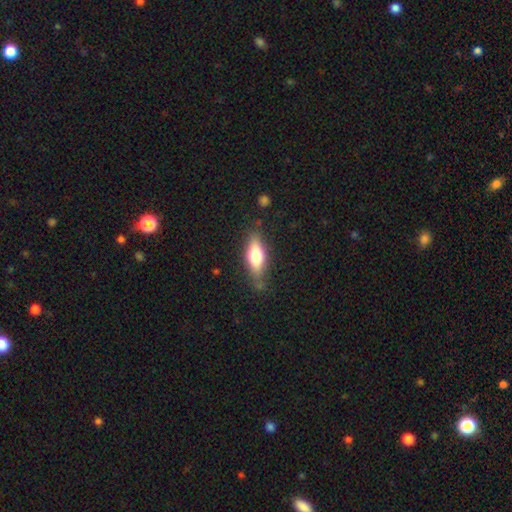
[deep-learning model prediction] A smooth galaxy with no disk features (61%) that is in between round and cigar-shaped (62%). Merging: none (75%).